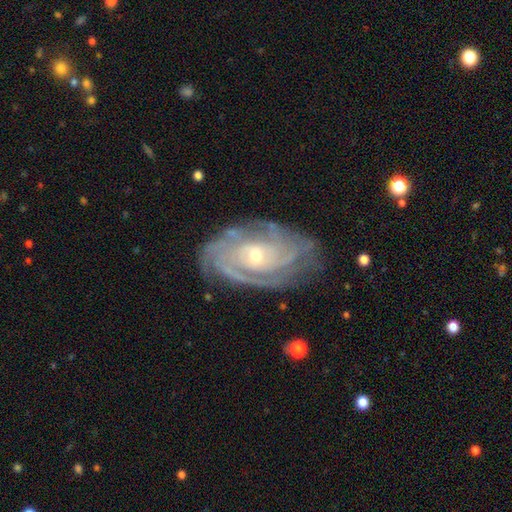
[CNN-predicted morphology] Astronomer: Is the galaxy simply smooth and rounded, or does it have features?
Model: featured or disk — 89%.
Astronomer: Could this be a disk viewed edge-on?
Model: no — 95%.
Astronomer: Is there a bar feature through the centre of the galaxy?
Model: no — 66%.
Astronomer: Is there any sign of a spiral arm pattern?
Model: yes — 97%.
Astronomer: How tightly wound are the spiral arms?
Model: tight — 74%.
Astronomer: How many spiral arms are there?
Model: can't tell — 26% (runner-up: 3, 23%).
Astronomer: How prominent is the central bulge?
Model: small — 58% (runner-up: moderate, 39%).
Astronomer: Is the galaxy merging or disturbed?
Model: none — 78%.